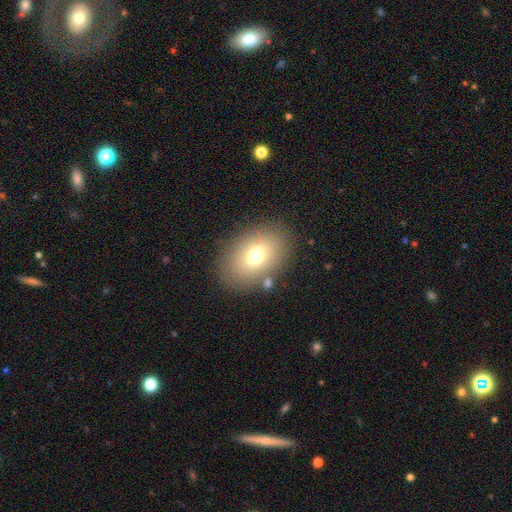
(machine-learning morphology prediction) A smooth galaxy with no disk features (71%) that is in between round and cigar-shaped (84%).

Vote fractions:
- Smooth or featured? smooth: 71% / featured or disk: 18% / star or artifact: 11%
- How rounded? in between: 84% / round: 15% / cigar-shaped: 1%
- Merging? none: 82% / minor disturbance: 11% / major disturbance: 4% / merger: 4%